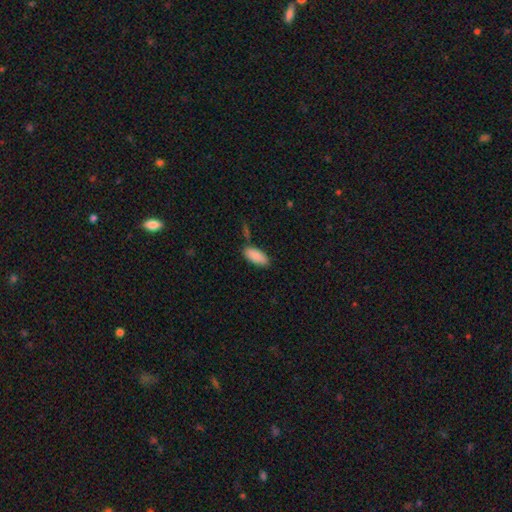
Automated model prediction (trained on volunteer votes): smooth_or_featured: smooth (p=0.89) [alt: star or artifact p=0.06]
how_rounded: in between (p=0.88) [alt: cigar-shaped p=0.10]
merging: none (p=0.78) [alt: minor disturbance p=0.13]